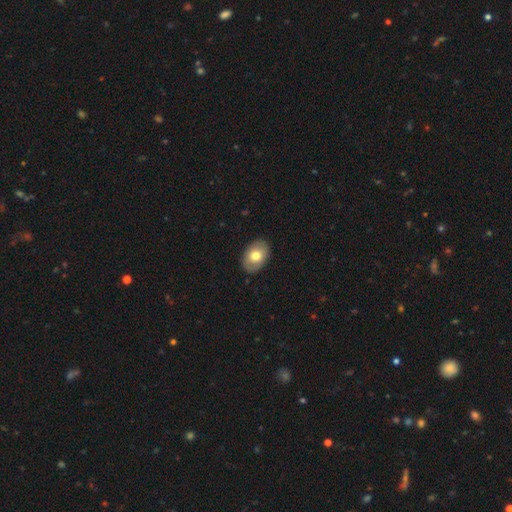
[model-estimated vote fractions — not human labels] Morphology: type=smooth (72%); roundness=in between (83%); merging=none (87%).